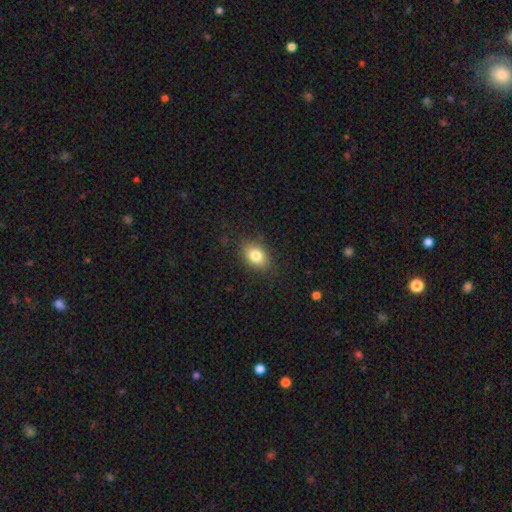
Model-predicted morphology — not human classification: Q: Smooth or featured?
A: smooth (81%); runner-up: featured or disk (9%)
Q: How rounded?
A: in between (75%); runner-up: round (24%)
Q: Merging?
A: none (84%); runner-up: minor disturbance (11%)